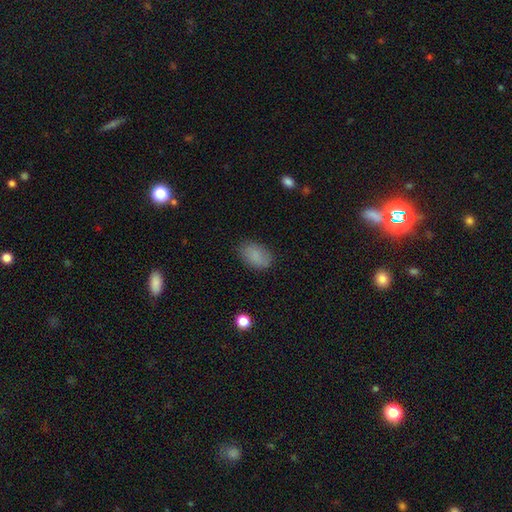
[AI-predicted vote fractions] Overall: smooth (85%). How rounded: in between (89%). Merging: none (83%).